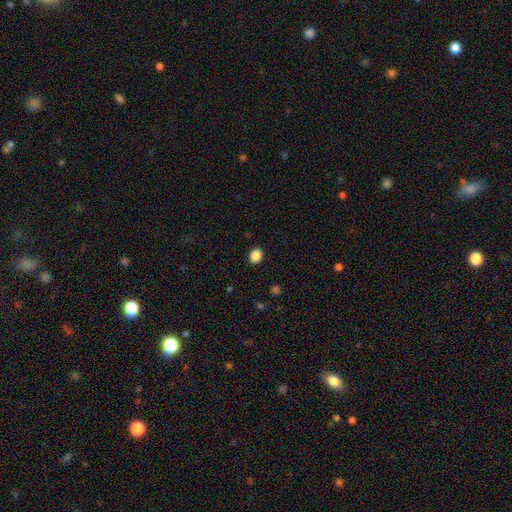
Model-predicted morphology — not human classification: smooth-or-featured: smooth: 87% | star or artifact: 10% | featured or disk: 3%
  how-rounded: in between: 51% | round: 48% | cigar-shaped: 1%
  merging: none: 90% | minor disturbance: 7% | major disturbance: 2% | merger: 1%